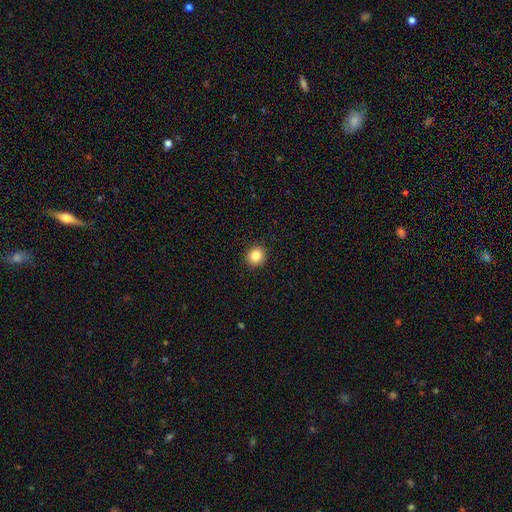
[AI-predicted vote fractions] This is clearly a smooth galaxy (84%). How rounded: clearly round (91%). Merging: clearly none (92%).